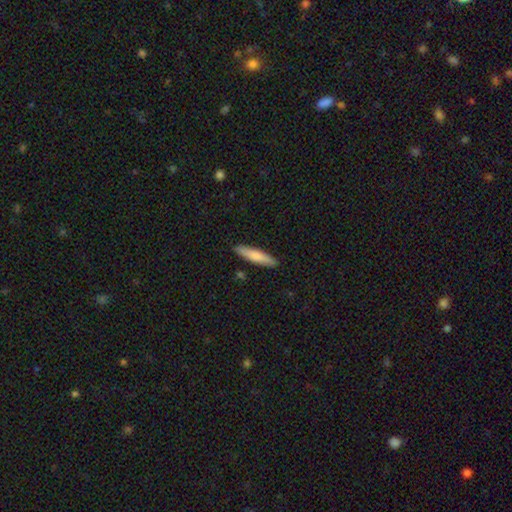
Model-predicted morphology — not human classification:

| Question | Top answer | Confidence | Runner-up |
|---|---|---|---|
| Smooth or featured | smooth | 77% | featured or disk (18%) |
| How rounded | cigar-shaped | 86% | in between (13%) |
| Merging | none | 90% | minor disturbance (7%) |